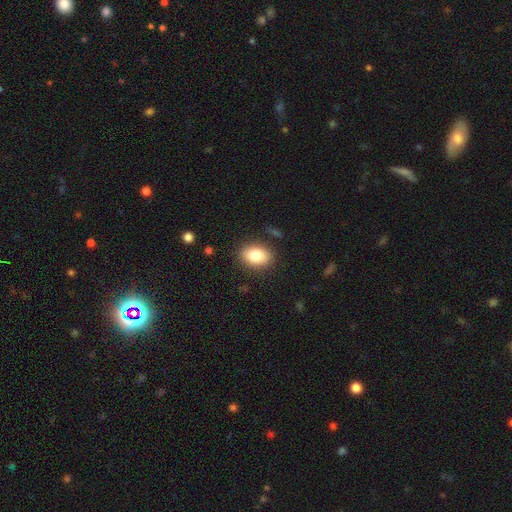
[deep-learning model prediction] Smooth or featured? smooth (84%)
How rounded? in between (81%)
Merging? none (86%)